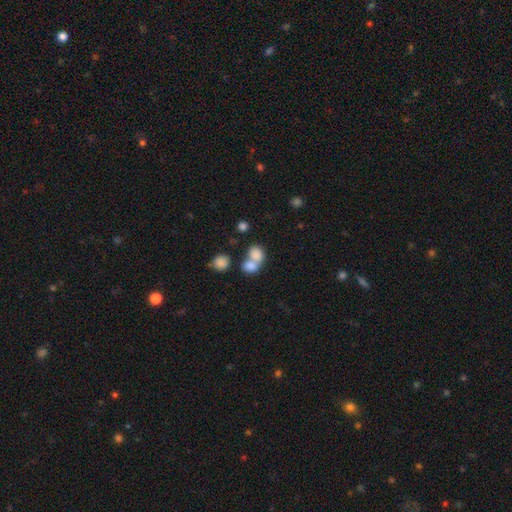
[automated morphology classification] smooth 79%, featured or disk 12%, star or artifact 9%. Down the decision tree: how rounded — in between (53%); merging — merger (65%).